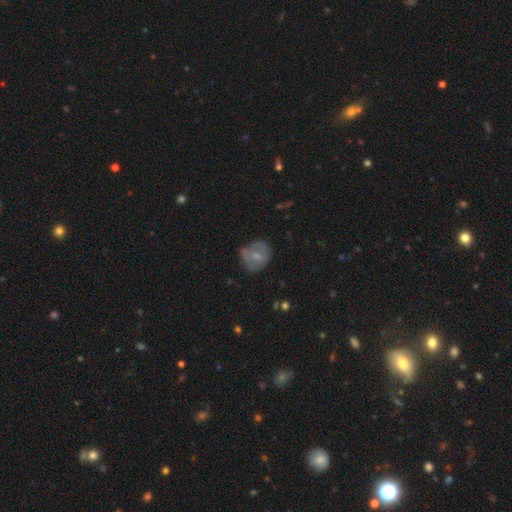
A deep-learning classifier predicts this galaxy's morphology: smooth-or-featured: smooth: 58% | featured or disk: 33% | star or artifact: 9%
  how-rounded: round: 74% | in between: 25% | cigar-shaped: 1%
  merging: none: 61% | minor disturbance: 26% | major disturbance: 10% | merger: 3%